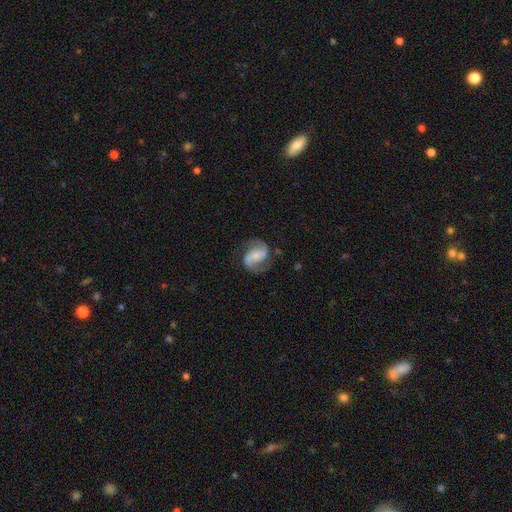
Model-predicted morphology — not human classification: Smooth or featured? featured or disk (82%)
Edge-on disk? no (98%)
Bar? weak (34%)
Spiral arms? yes (95%)
Spiral winding? medium (50%)
Spiral arm count? 2 (91%)
Bulge size? small (52%)
Merging? none (74%)